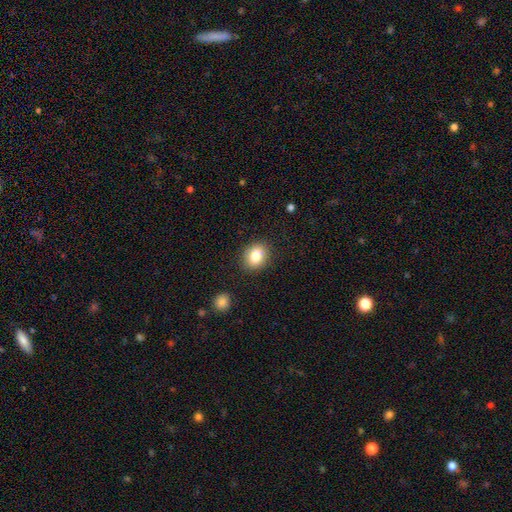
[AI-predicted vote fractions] The model was most divided on "how rounded": round: 53%, in between: 46%, cigar-shaped: 1%. More confident: merging — none (87%); smooth or featured — smooth (82%).